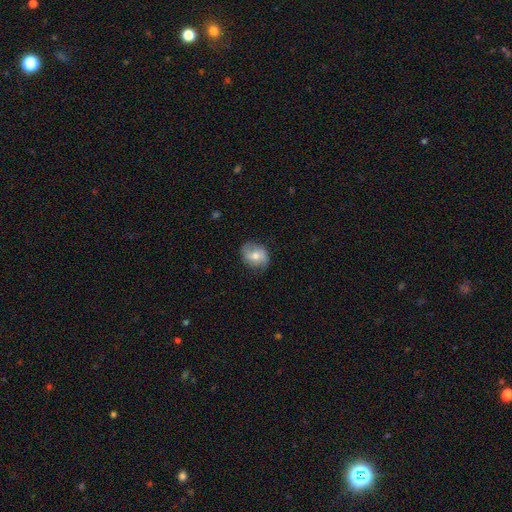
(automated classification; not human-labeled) Overall: smooth (50%; featured or disk 43%). Merging: none (77%).